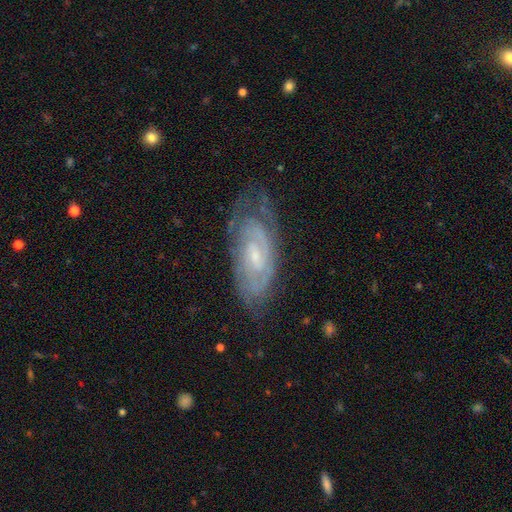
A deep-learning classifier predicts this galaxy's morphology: Smooth or featured?
  - featured or disk: 79% *
  - smooth: 14%
  - star or artifact: 7%
Edge-on disk?
  - no: 92% *
  - yes: 8%
Bar?
  - weak: 47% *
  - no: 41%
  - strong: 11%
Spiral arms?
  - yes: 90% *
  - no: 10%
Spiral winding?
  - tight: 65% *
  - medium: 28%
  - loose: 7%
Spiral arm count?
  - can't tell: 43% *
  - 2: 36%
  - 3: 10%
  - 4: 4%
  - 1: 4%
  - more than 4: 3%
Bulge size?
  - small: 66% *
  - moderate: 25%
  - none: 6%
  - large: 1%
  - dominant: 1%
Merging?
  - none: 65% *
  - minor disturbance: 23%
  - major disturbance: 10%
  - merger: 2%